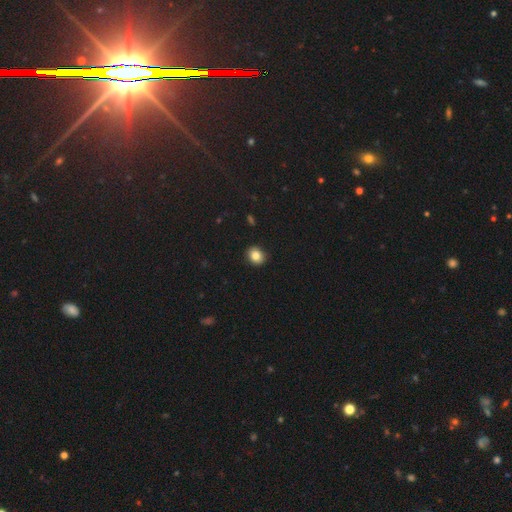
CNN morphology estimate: A smooth galaxy with no disk features (84%) that is round (62%).

Vote fractions:
- Smooth or featured? smooth: 84% / star or artifact: 9% / featured or disk: 7%
- How rounded? round: 62% / in between: 37% / cigar-shaped: 1%
- Merging? none: 90% / minor disturbance: 7% / major disturbance: 2% / merger: 1%